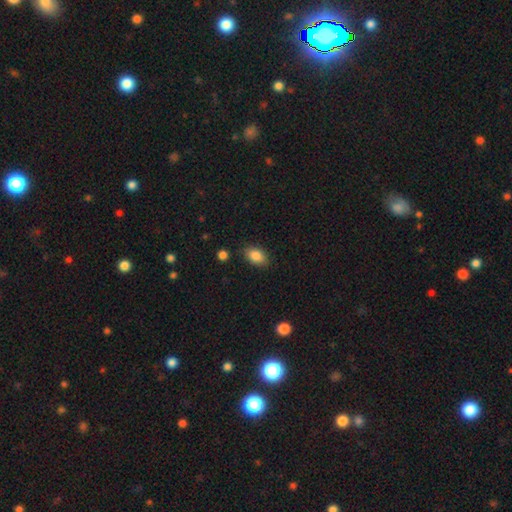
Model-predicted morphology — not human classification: A smooth galaxy with no disk features (86%) that is in between round and cigar-shaped (87%). Merging: none (84%).